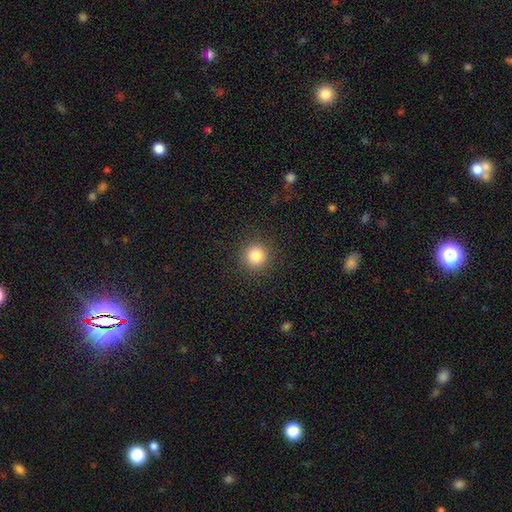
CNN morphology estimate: This is clearly a smooth galaxy (84%). How rounded: clearly round (94%). Merging: clearly none (90%).